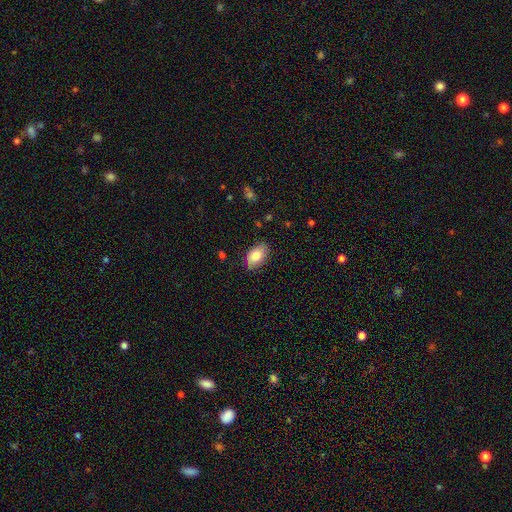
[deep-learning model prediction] A smooth galaxy with no disk features (80%) that is in between round and cigar-shaped (91%). Merging: none (79%).